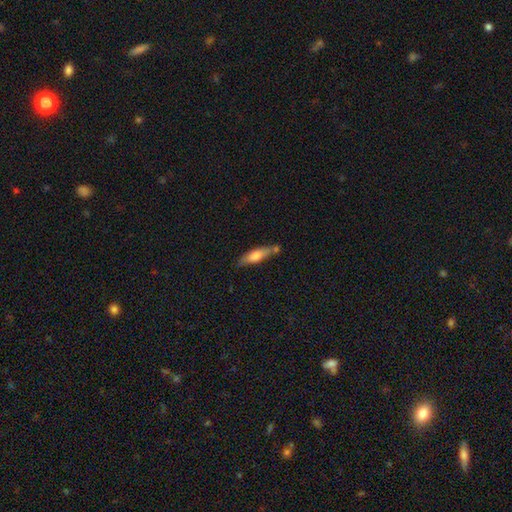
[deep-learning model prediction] The model was most divided on "how rounded": cigar-shaped: 59%, in between: 38%, round: 2%. More confident: smooth or featured — smooth (64%); merging — none (56%).